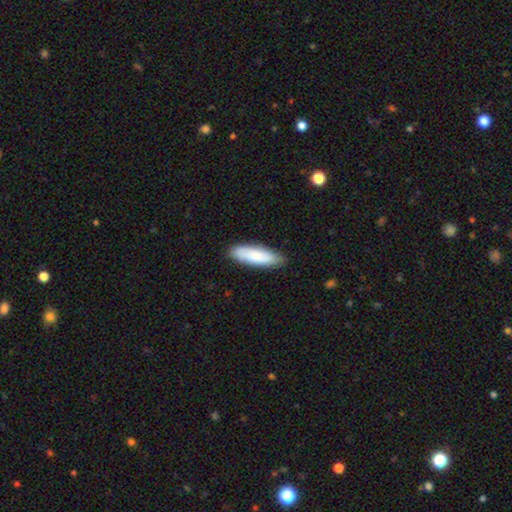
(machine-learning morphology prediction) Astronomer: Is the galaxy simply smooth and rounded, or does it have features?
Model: smooth — 77%.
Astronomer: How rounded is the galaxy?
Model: cigar-shaped — 50% (runner-up: in between, 48%).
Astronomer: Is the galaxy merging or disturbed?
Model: none — 85%.